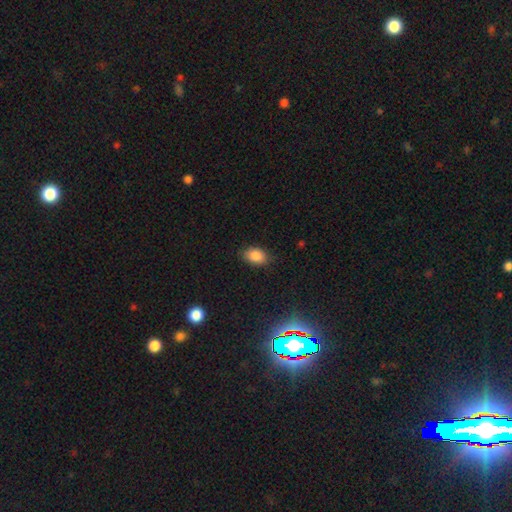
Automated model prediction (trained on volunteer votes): smooth-or-featured: smooth: 85% | star or artifact: 10% | featured or disk: 5%
  how-rounded: in between: 83% | round: 15% | cigar-shaped: 2%
  merging: none: 80% | minor disturbance: 15% | major disturbance: 3% | merger: 1%